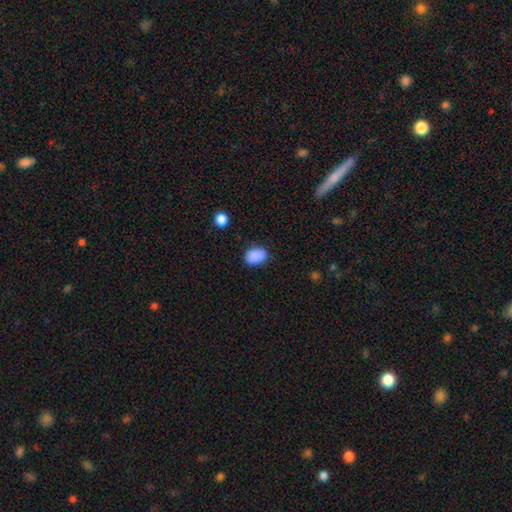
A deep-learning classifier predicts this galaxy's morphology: smooth-or-featured: smooth: 88% | star or artifact: 8% | featured or disk: 3%
  how-rounded: in between: 75% | round: 24% | cigar-shaped: 1%
  merging: none: 80% | minor disturbance: 15% | major disturbance: 3% | merger: 2%